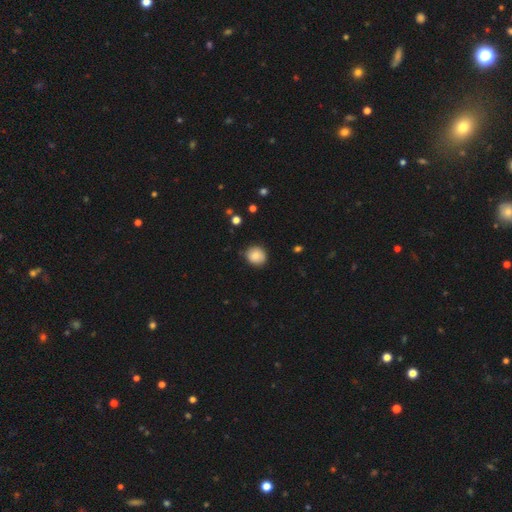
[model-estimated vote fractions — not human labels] A smooth galaxy with no disk features (85%) that is round (82%). Merging: none (80%).